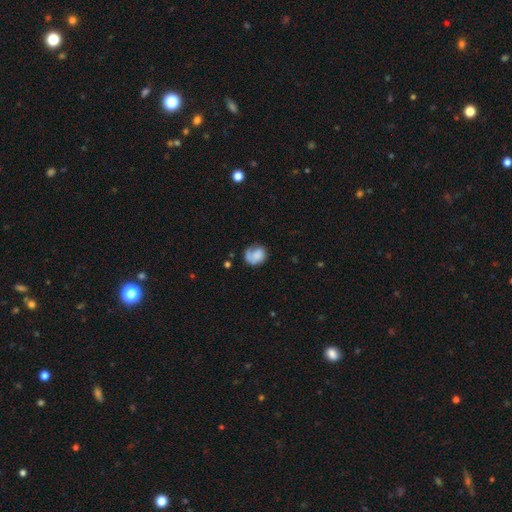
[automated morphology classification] type=smooth (58%); roundness=round (62%); merging=none (47%).